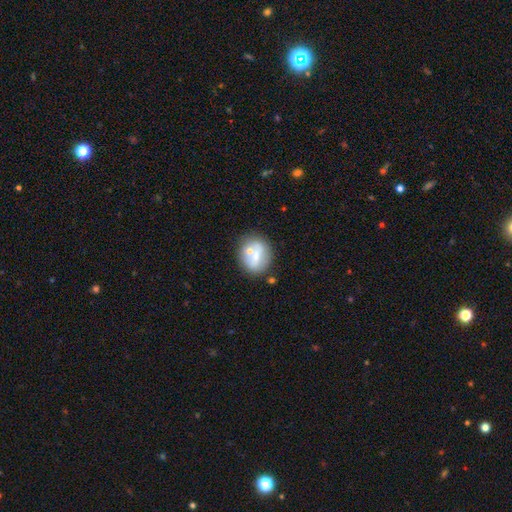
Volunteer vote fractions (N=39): Q: Smooth or featured?
A: smooth (46%); tied with: featured or disk (46%)
Q: How rounded?
A: round (78%); runner-up: in between (22%)
Q: Merging?
A: none (75%); runner-up: minor disturbance (14%)